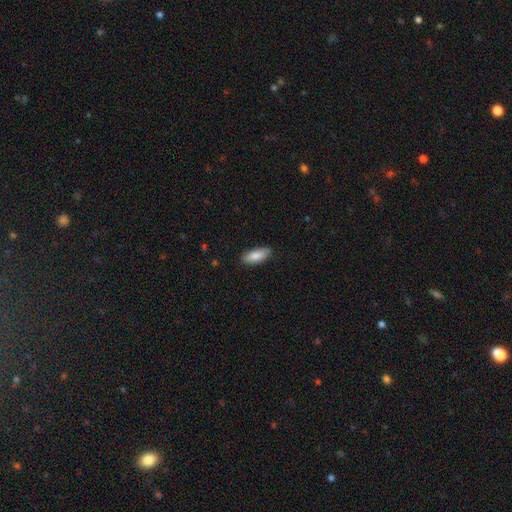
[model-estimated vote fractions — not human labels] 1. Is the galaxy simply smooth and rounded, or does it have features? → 84% smooth, 10% featured or disk, 6% star or artifact.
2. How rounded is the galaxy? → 78% in between, 20% cigar-shaped, 2% round.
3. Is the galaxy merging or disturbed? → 83% none, 14% minor disturbance, 2% major disturbance, 1% merger.